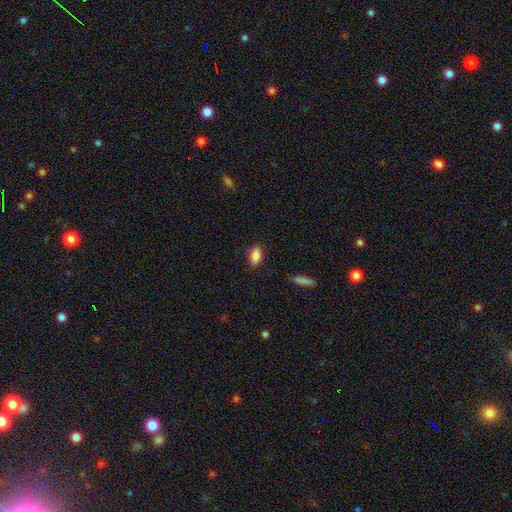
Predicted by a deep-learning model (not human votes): This is clearly a smooth galaxy (87%). How rounded: clearly in between (89%). Merging: clearly none (86%).